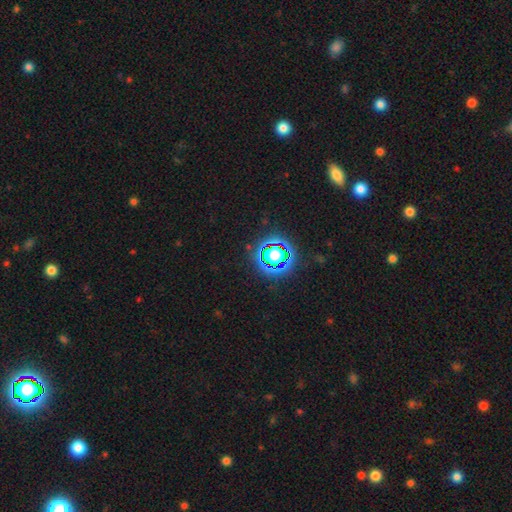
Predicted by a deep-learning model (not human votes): A star or artifact, not a galaxy (79%).